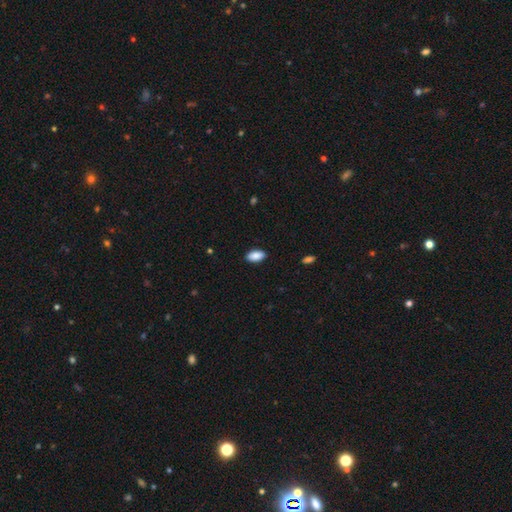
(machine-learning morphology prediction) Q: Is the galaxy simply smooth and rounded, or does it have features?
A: smooth — 88%.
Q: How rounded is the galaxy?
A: in between — 93%.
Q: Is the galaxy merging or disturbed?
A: none — 88%.